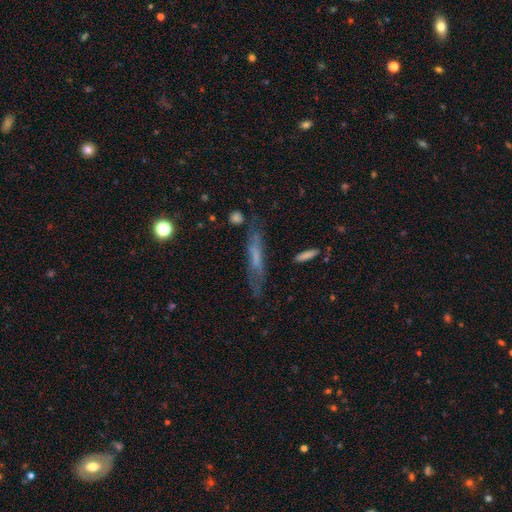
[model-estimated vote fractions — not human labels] Q: Smooth or featured?
A: featured or disk (45%); runner-up: smooth (43%)
Q: Merging?
A: none (66%); runner-up: minor disturbance (20%)